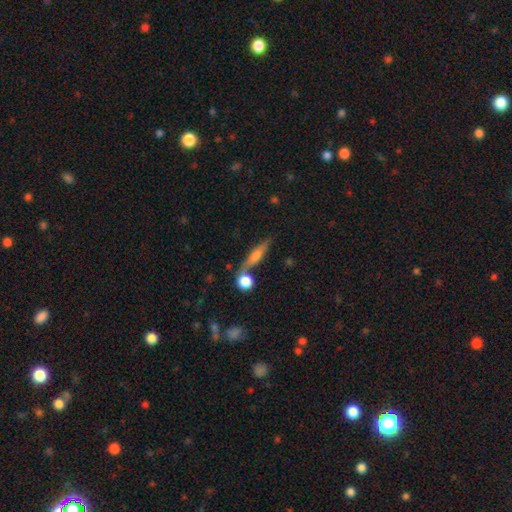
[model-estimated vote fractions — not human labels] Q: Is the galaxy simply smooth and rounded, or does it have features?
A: smooth — 50%.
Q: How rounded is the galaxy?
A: cigar-shaped — 68%.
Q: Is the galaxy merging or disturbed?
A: none — 62%.